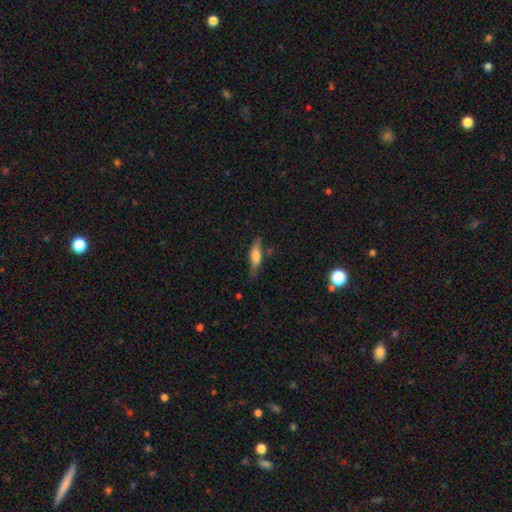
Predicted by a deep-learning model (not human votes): A smooth galaxy with no disk features (60%) that is cigar-shaped (54%).

Vote fractions:
- Smooth or featured? smooth: 60% / featured or disk: 33% / star or artifact: 7%
- How rounded? cigar-shaped: 54% / in between: 43% / round: 3%
- Merging? none: 65% / minor disturbance: 24% / major disturbance: 7% / merger: 4%